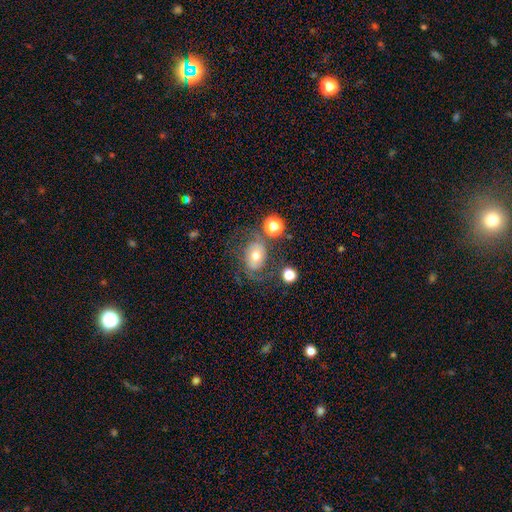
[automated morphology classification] The model was most divided on "smooth or featured": smooth: 47%, featured or disk: 40%, star or artifact: 13%. More confident: merging — none (55%).